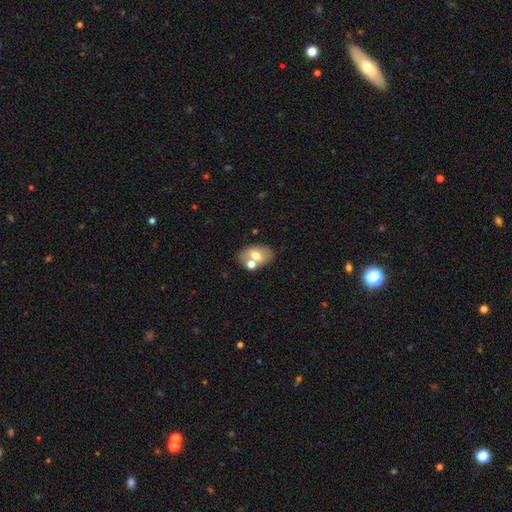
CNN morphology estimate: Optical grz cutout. It shows a smooth galaxy with no disk features (63%) that is in between round and cigar-shaped (79%). Merging: none (58%).